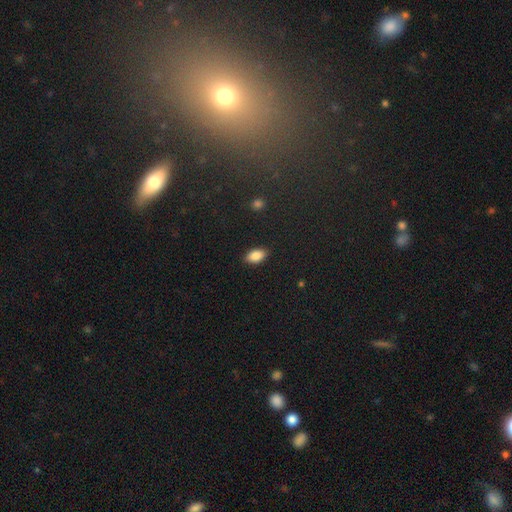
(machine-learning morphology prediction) Smooth or featured? smooth (87%)
How rounded? in between (92%)
Merging? none (87%)